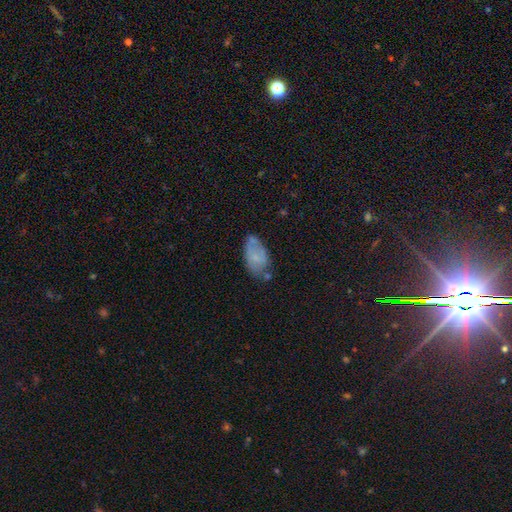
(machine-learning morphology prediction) Q: Smooth or featured?
A: smooth (63%); runner-up: featured or disk (28%)
Q: How rounded?
A: in between (93%); runner-up: round (4%)
Q: Merging?
A: none (51%); runner-up: minor disturbance (30%)